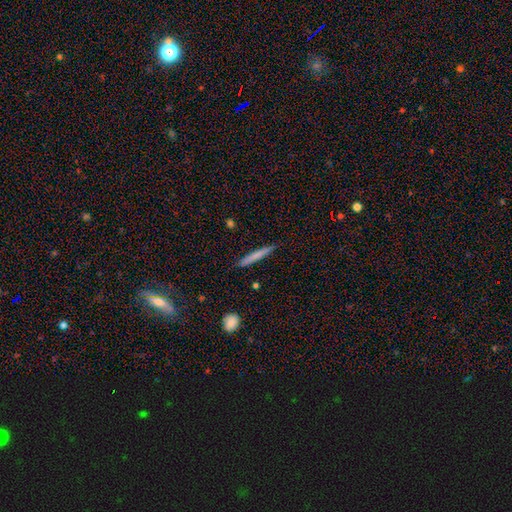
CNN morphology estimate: This is likely a smooth galaxy (69%). How rounded: clearly cigar-shaped (96%). Merging: clearly none (89%).